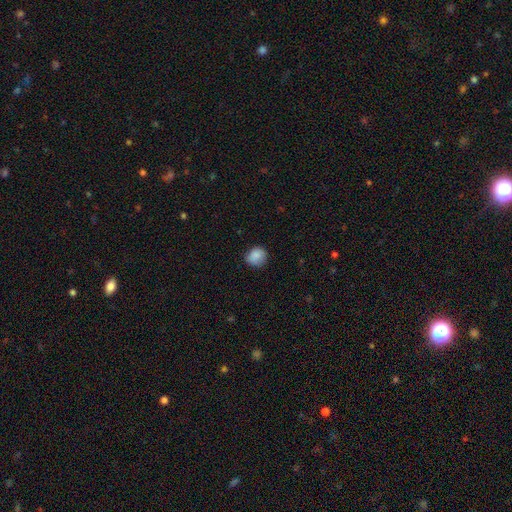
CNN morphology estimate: This is clearly a smooth galaxy (87%). How rounded: likely round (78%). Merging: likely none (76%).